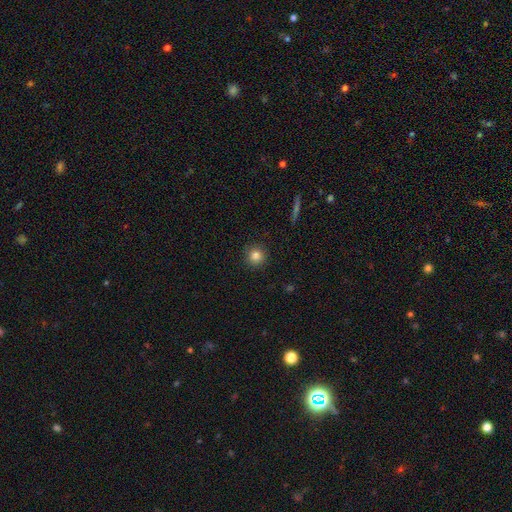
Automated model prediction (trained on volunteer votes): Smooth or featured: smooth — 83% (star or artifact — 11%)
How rounded: round — 95% (in between — 4%)
Merging: none — 92% (minor disturbance — 6%)